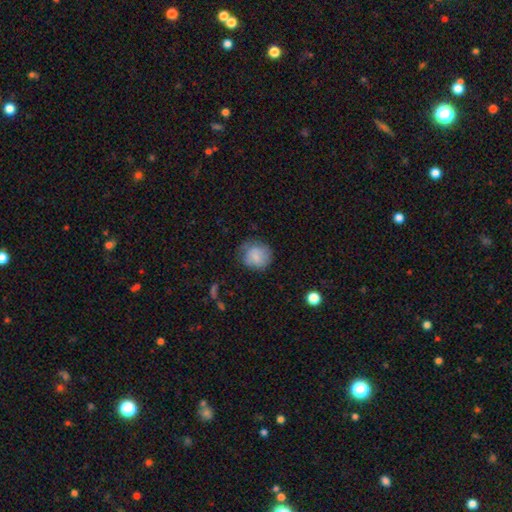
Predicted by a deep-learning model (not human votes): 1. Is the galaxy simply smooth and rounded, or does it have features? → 73% smooth, 19% featured or disk, 8% star or artifact.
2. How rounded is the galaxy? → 83% round, 16% in between, 1% cigar-shaped.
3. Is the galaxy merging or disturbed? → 60% none, 27% minor disturbance, 11% major disturbance, 2% merger.